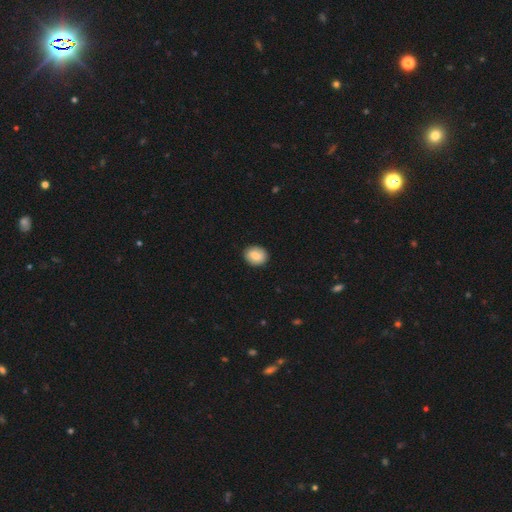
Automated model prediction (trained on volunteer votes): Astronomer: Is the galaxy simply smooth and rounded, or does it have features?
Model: smooth — 81%.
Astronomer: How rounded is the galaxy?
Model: round — 59% (runner-up: in between, 40%).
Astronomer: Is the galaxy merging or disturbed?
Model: none — 90%.